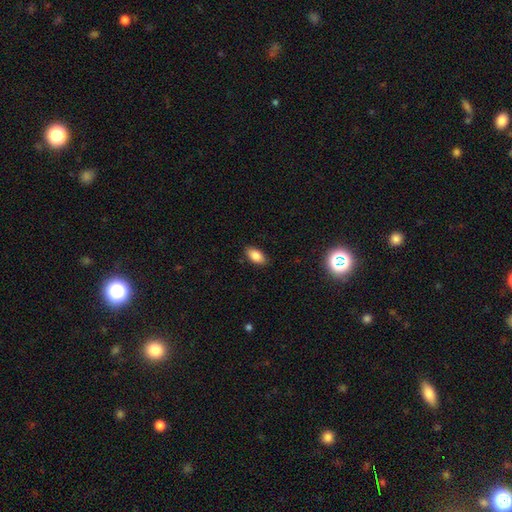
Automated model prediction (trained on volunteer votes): smooth_or_featured: smooth (p=0.84) [alt: star or artifact p=0.08]
how_rounded: in between (p=0.92) [alt: cigar-shaped p=0.04]
merging: none (p=0.87) [alt: minor disturbance p=0.10]